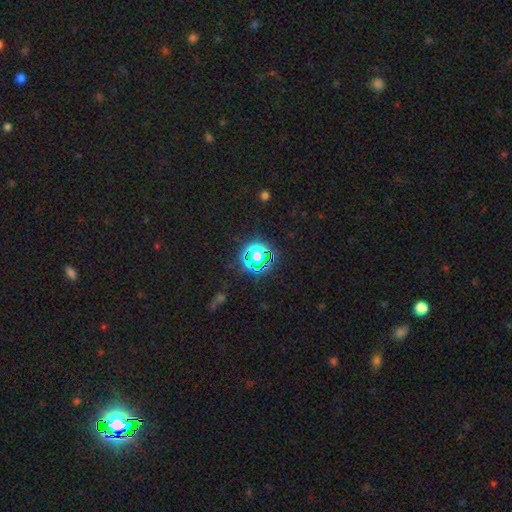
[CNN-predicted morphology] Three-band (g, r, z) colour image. It shows a star or artifact, not a galaxy (64%).